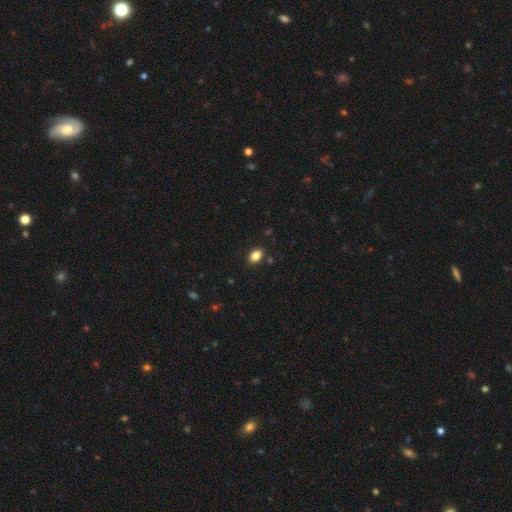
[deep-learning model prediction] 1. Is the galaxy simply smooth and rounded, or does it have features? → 85% smooth, 9% star or artifact, 6% featured or disk.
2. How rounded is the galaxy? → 85% in between, 13% round, 2% cigar-shaped.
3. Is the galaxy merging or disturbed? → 87% none, 9% minor disturbance, 2% major disturbance, 2% merger.